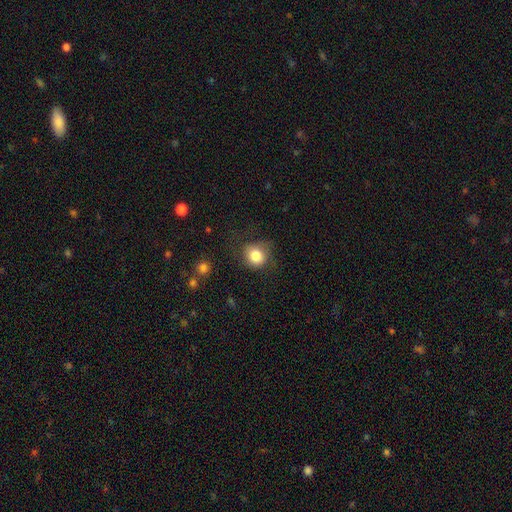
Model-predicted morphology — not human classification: Q: Smooth or featured?
A: smooth (83%); runner-up: featured or disk (9%)
Q: How rounded?
A: round (78%); runner-up: in between (22%)
Q: Merging?
A: none (62%); runner-up: minor disturbance (23%)